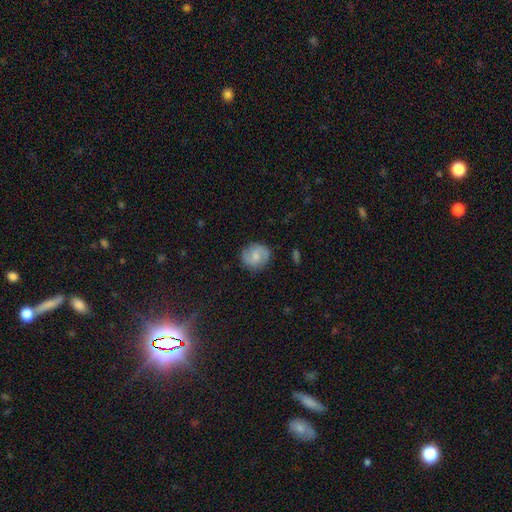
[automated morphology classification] Q: Smooth or featured?
A: featured or disk (58%); runner-up: smooth (35%)
Q: Edge-on disk?
A: no (98%); runner-up: yes (2%)
Q: Bar?
A: no (54%); runner-up: weak (40%)
Q: Spiral arms?
A: yes (92%); runner-up: no (8%)
Q: Spiral winding?
A: medium (48%); runner-up: tight (32%)
Q: Spiral arm count?
A: 2 (84%); runner-up: can't tell (8%)
Q: Bulge size?
A: small (43%); runner-up: moderate (42%)
Q: Merging?
A: none (82%); runner-up: minor disturbance (13%)